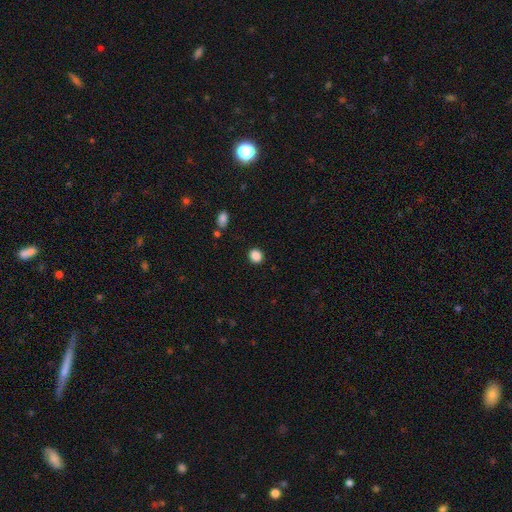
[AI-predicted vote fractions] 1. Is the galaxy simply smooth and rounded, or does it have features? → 87% smooth, 10% star or artifact, 3% featured or disk.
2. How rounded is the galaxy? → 78% round, 21% in between, 1% cigar-shaped.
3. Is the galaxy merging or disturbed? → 90% none, 6% minor disturbance, 2% major disturbance, 2% merger.